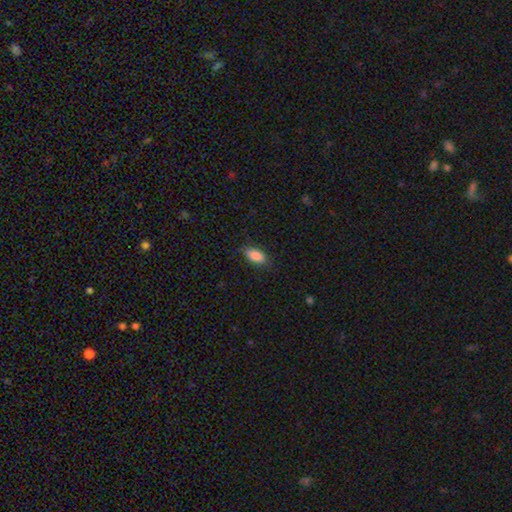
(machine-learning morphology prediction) The model was most divided on "merging": none: 83%, minor disturbance: 13%, major disturbance: 3%, merger: 1%. More confident: how rounded — in between (90%); smooth or featured — smooth (86%).